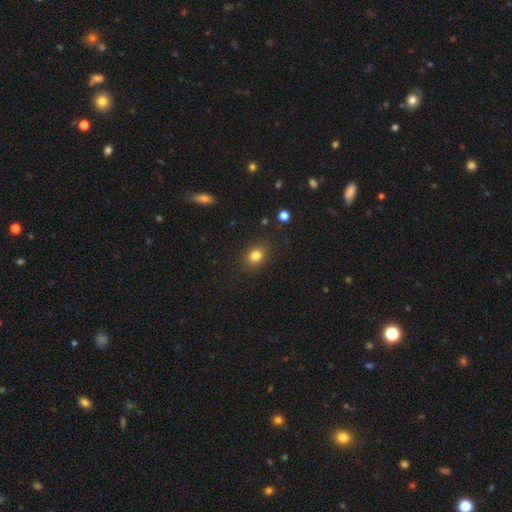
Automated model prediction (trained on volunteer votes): The model was most divided on "how rounded": round: 50%, in between: 49%, cigar-shaped: 1%. More confident: merging — none (87%); smooth or featured — smooth (81%).